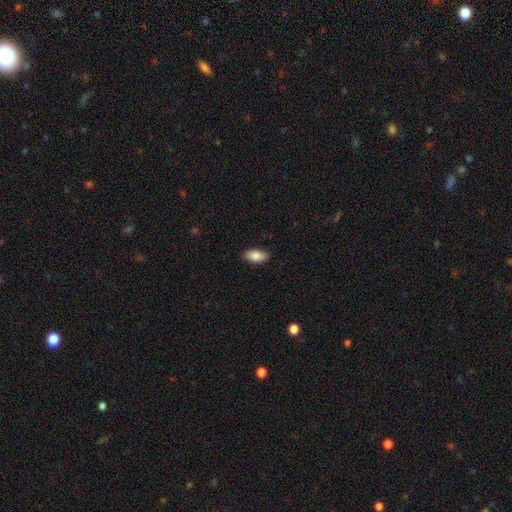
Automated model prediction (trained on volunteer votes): smooth_or_featured: smooth (p=0.86) [alt: featured or disk p=0.07]
how_rounded: in between (p=0.93) [alt: cigar-shaped p=0.04]
merging: none (p=0.87) [alt: minor disturbance p=0.10]